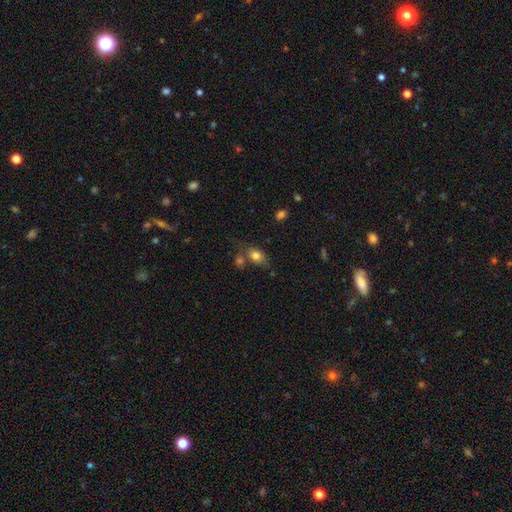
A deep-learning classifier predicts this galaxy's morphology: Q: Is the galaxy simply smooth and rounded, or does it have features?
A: smooth — 80%.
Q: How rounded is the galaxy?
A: in between — 73%.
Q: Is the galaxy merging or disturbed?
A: none — 51%.